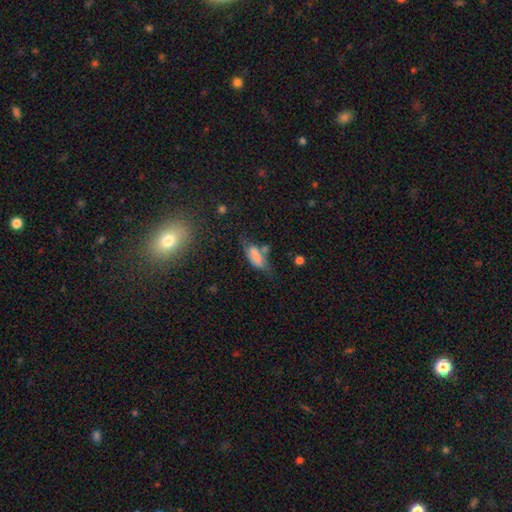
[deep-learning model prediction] A smooth galaxy with no disk features (70%) that is in between round and cigar-shaped (72%).

Vote fractions:
- Smooth or featured? smooth: 70% / featured or disk: 21% / star or artifact: 10%
- How rounded? in between: 72% / cigar-shaped: 25% / round: 4%
- Merging? none: 38% / minor disturbance: 31% / major disturbance: 18% / merger: 13%